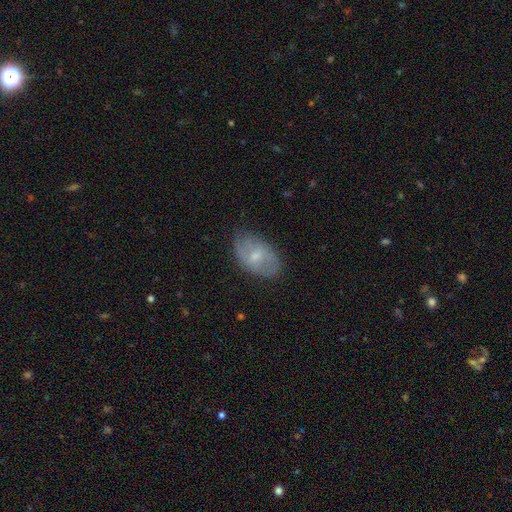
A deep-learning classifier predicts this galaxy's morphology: Smooth or featured?
  - featured or disk: 48% *
  - smooth: 45%
  - star or artifact: 7%
Merging?
  - none: 71% *
  - minor disturbance: 22%
  - major disturbance: 6%
  - merger: 1%